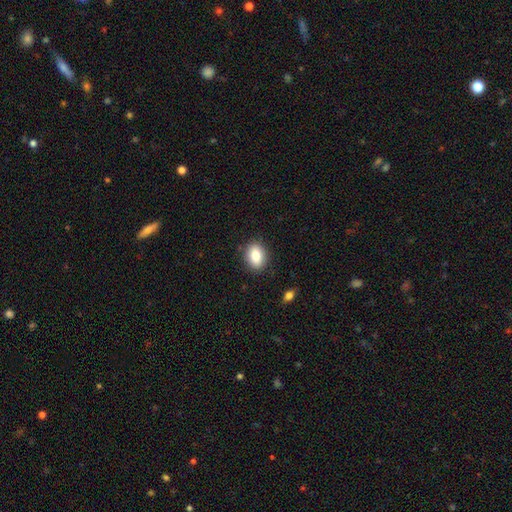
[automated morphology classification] type=smooth (84%); roundness=in between (73%); merging=none (87%).